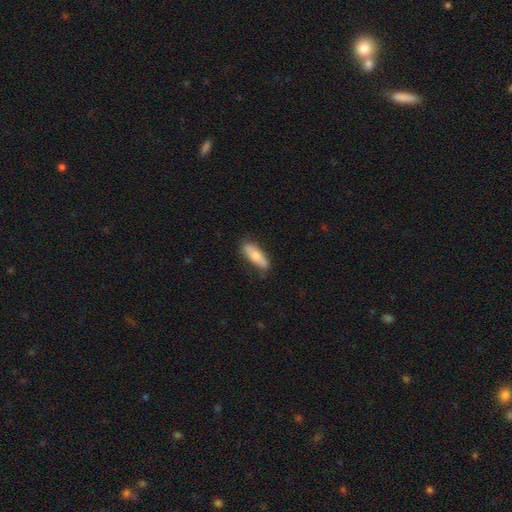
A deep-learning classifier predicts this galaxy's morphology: A smooth galaxy with no disk features (73%) that is in between round and cigar-shaped (55%).

Vote fractions:
- Smooth or featured? smooth: 73% / featured or disk: 21% / star or artifact: 6%
- How rounded? in between: 55% / cigar-shaped: 43% / round: 2%
- Merging? none: 73% / minor disturbance: 21% / major disturbance: 4% / merger: 2%